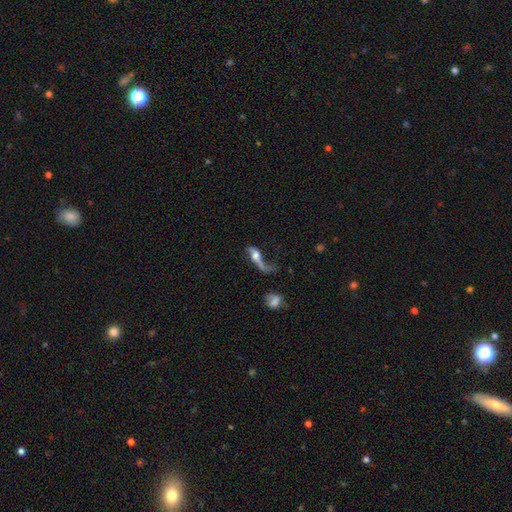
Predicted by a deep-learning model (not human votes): Q: Smooth or featured?
A: featured or disk (66%); runner-up: smooth (25%)
Q: Edge-on disk?
A: no (74%); runner-up: yes (26%)
Q: Merging?
A: major disturbance (43%); runner-up: none (29%)